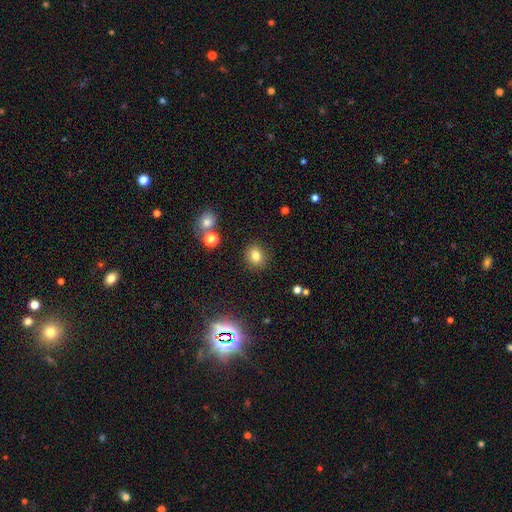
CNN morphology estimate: This appears to be a smooth galaxy with no disk features (79%) that is round (73%). Merging: none (87%).